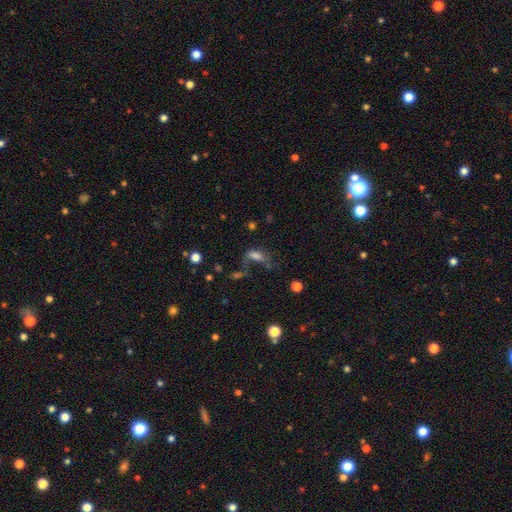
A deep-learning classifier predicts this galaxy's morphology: smooth-or-featured: smooth: 66% | featured or disk: 18% | star or artifact: 16%
  how-rounded: in between: 75% | cigar-shaped: 19% | round: 6%
  merging: none: 33% | major disturbance: 31% | minor disturbance: 20% | merger: 15%